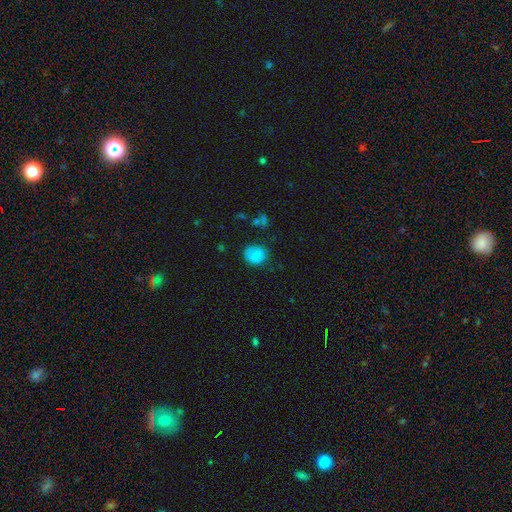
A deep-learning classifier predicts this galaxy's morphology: This is likely a smooth galaxy (80%). How rounded: likely round (71%). Merging: likely none (62%).